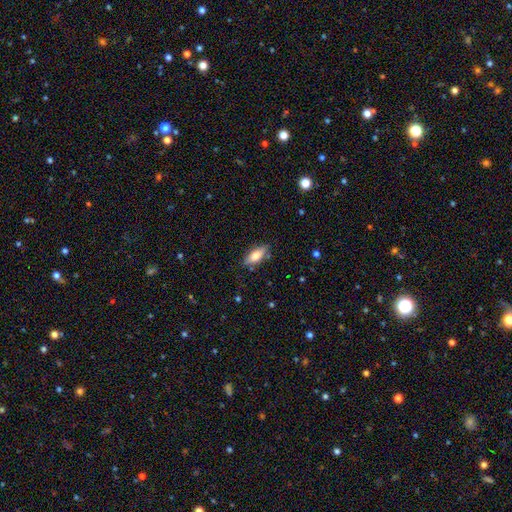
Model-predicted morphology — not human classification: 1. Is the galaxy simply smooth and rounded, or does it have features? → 77% smooth, 17% featured or disk, 6% star or artifact.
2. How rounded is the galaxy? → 76% in between, 22% cigar-shaped, 2% round.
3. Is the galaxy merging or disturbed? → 81% none, 15% minor disturbance, 3% major disturbance, 2% merger.